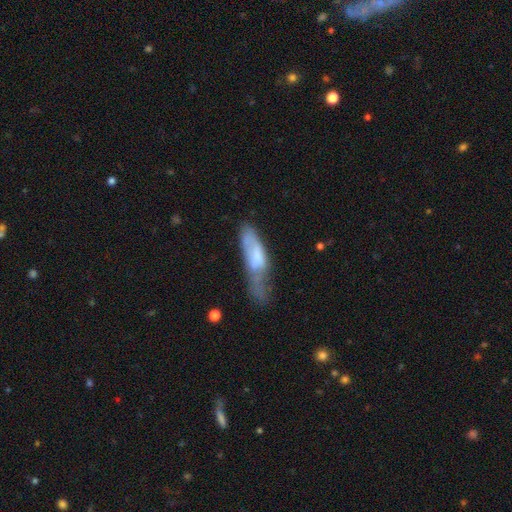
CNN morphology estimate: smooth_or_featured: smooth (p=0.57) [alt: featured or disk p=0.36]
how_rounded: cigar-shaped (p=0.52) [alt: in between p=0.46]
merging: major disturbance (p=0.39) [alt: minor disturbance p=0.30]